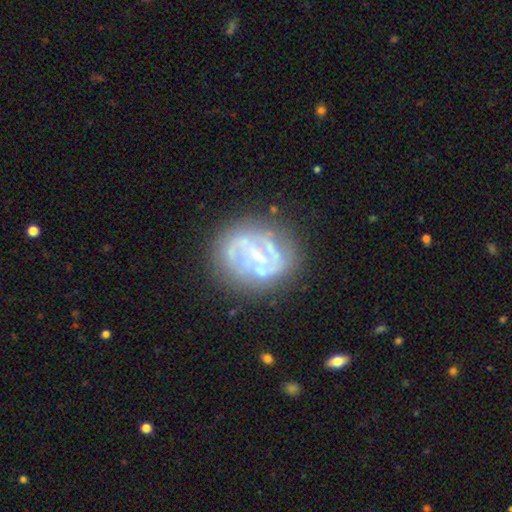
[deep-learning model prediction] featured or disk 72%, smooth 18%, star or artifact 10%. Down the decision tree: edge-on disk — no (97%); bar — no (38%); spiral arms — yes (51%); bulge size — none (40%); merging — none (64%).